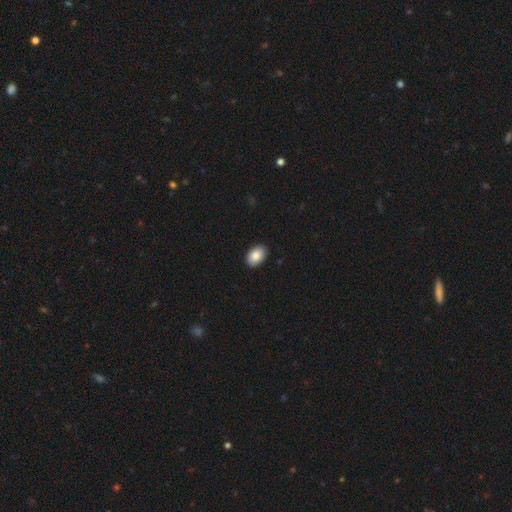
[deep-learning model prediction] Smooth or featured? Predicted: smooth (p=0.87). How rounded? Predicted: in between (p=0.89). Merging? Predicted: none (p=0.91).